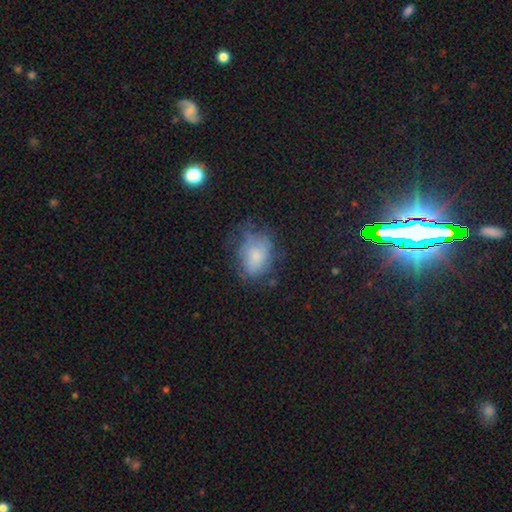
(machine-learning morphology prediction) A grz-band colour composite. It shows a smooth galaxy with no disk features (64%) that is in between round and cigar-shaped (65%). Merging: none (46%).